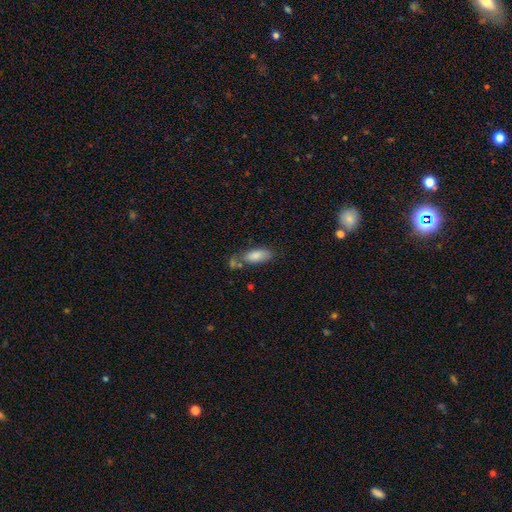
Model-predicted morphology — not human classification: smooth-or-featured: smooth: 84% | featured or disk: 10% | star or artifact: 7%
  how-rounded: in between: 77% | cigar-shaped: 21% | round: 2%
  merging: none: 55% | minor disturbance: 20% | merger: 18% | major disturbance: 7%